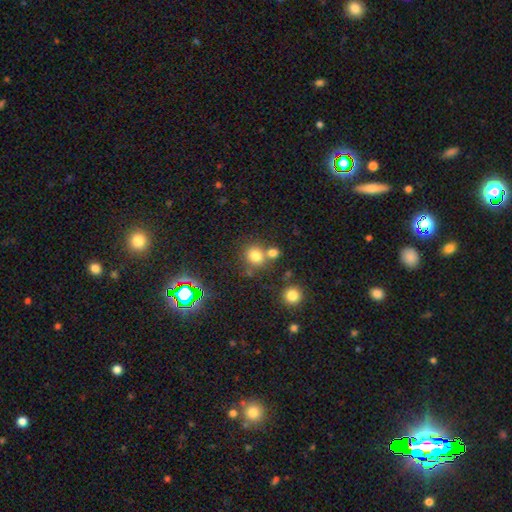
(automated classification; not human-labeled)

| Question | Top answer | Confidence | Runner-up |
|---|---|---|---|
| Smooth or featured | smooth | 76% | star or artifact (16%) |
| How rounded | round | 82% | in between (17%) |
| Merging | none | 58% | merger (28%) |